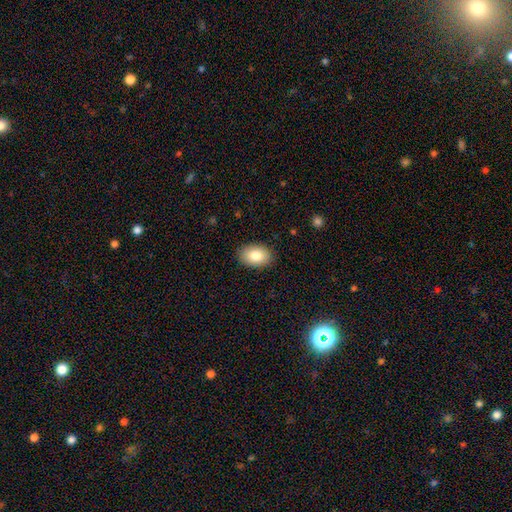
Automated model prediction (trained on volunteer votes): The model was most divided on "smooth or featured": smooth: 83%, featured or disk: 10%, star or artifact: 7%. More confident: merging — none (89%); how rounded — in between (86%).